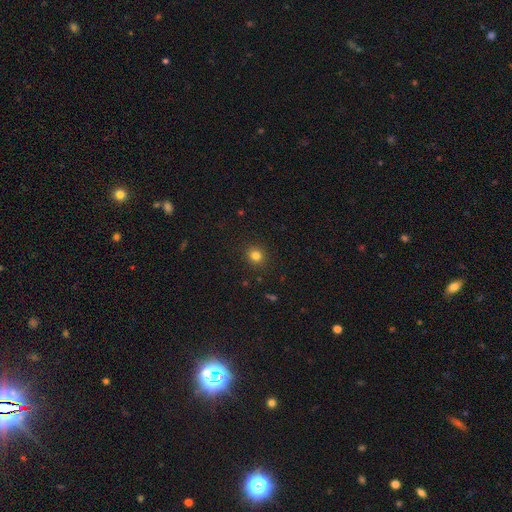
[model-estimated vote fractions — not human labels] Smooth or featured? Predicted: smooth (p=0.82). How rounded? Predicted: round (p=0.84). Merging? Predicted: none (p=0.91).